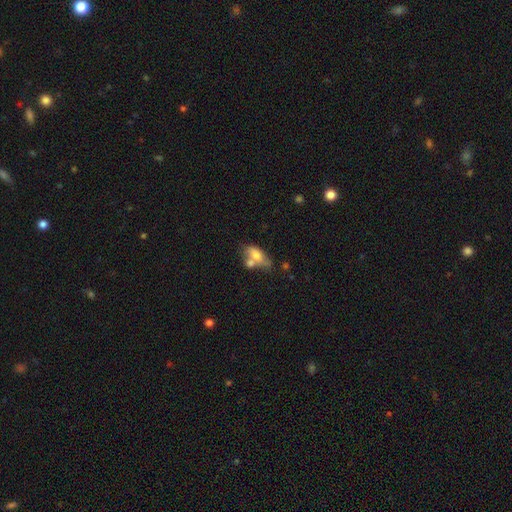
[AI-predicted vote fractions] Smooth or featured? smooth (67%)
How rounded? in between (83%)
Merging? merger (43%)